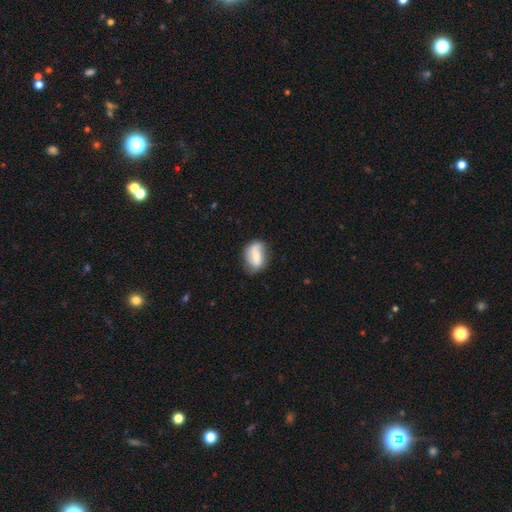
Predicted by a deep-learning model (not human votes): Smooth or featured: featured or disk — 48% (smooth — 45%)
Merging: none — 61% (minor disturbance — 27%)